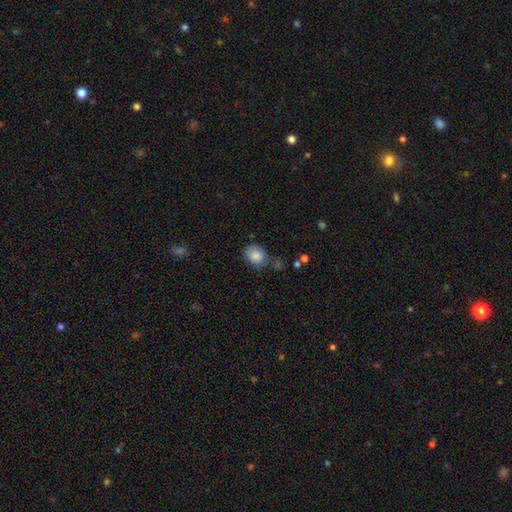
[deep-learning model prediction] This is clearly a smooth galaxy (85%). How rounded: possibly in between (53%). Merging: likely none (62%).